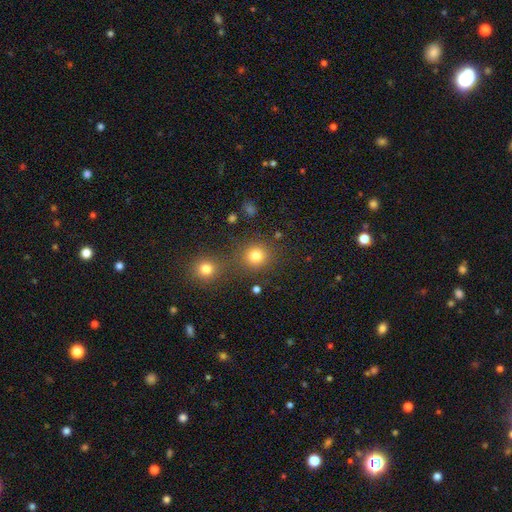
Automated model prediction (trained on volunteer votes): Smooth or featured? Predicted: smooth (p=0.79). How rounded? Predicted: round (p=0.90). Merging? Predicted: none (p=0.73).